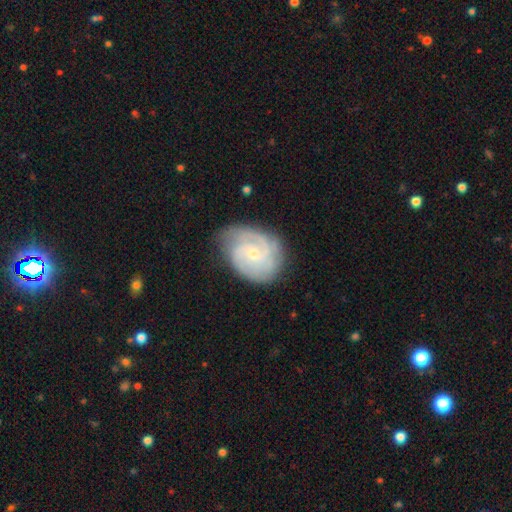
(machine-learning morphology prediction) Smooth or featured?
  - featured or disk: 83% *
  - smooth: 11%
  - star or artifact: 6%
Edge-on disk?
  - no: 97% *
  - yes: 3%
Bar?
  - no: 56% *
  - weak: 38%
  - strong: 7%
Spiral arms?
  - yes: 96% *
  - no: 4%
Spiral winding?
  - tight: 60% *
  - medium: 33%
  - loose: 7%
Spiral arm count?
  - 2: 42% *
  - 3: 25%
  - can't tell: 20%
  - 4: 5%
  - 1: 5%
  - more than 4: 4%
Bulge size?
  - small: 66% *
  - moderate: 30%
  - none: 2%
  - large: 1%
  - dominant: 1%
Merging?
  - none: 73% *
  - minor disturbance: 20%
  - major disturbance: 6%
  - merger: 1%